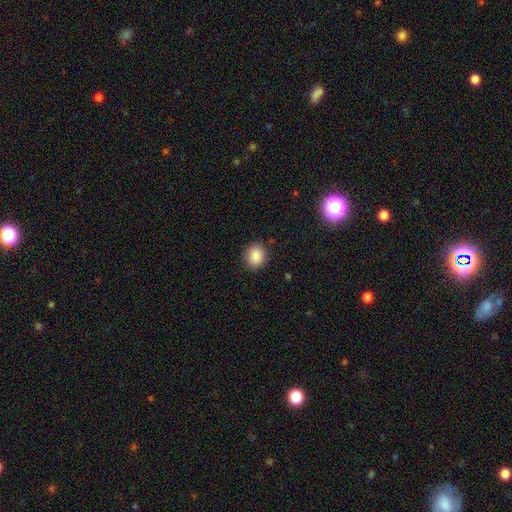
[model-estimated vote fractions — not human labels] Smooth or featured?
  - smooth: 86% *
  - star or artifact: 9%
  - featured or disk: 5%
How rounded?
  - round: 69% *
  - in between: 30%
  - cigar-shaped: 1%
Merging?
  - none: 87% *
  - minor disturbance: 9%
  - major disturbance: 2%
  - merger: 1%